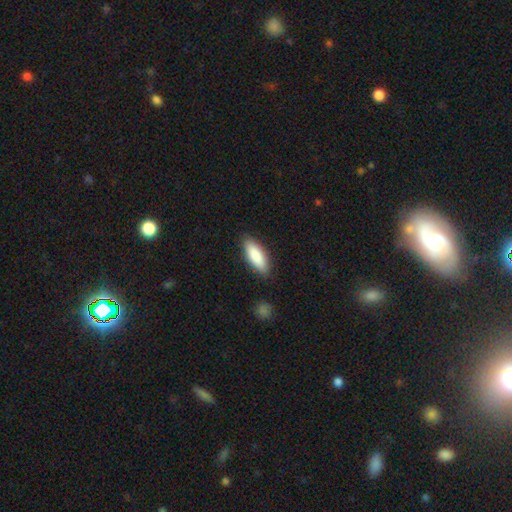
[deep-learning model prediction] smooth 87%, featured or disk 8%, star or artifact 5%. Down the decision tree: how rounded — in between (73%); merging — none (87%).